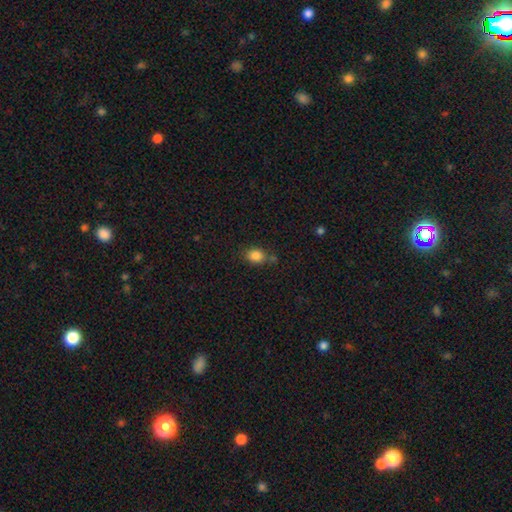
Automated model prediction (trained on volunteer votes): Smooth or featured? smooth (85%)
How rounded? in between (53%)
Merging? none (68%)